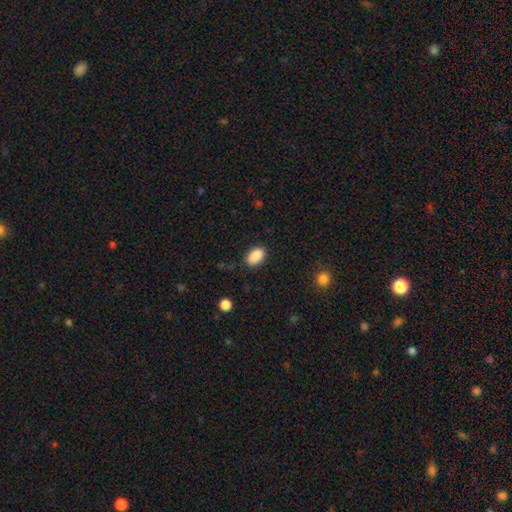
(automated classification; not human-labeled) A smooth galaxy with no disk features (89%) that is in between round and cigar-shaped (91%).

Vote fractions:
- Smooth or featured? smooth: 89% / star or artifact: 8% / featured or disk: 3%
- How rounded? in between: 91% / round: 7% / cigar-shaped: 2%
- Merging? none: 83% / minor disturbance: 13% / major disturbance: 3% / merger: 1%